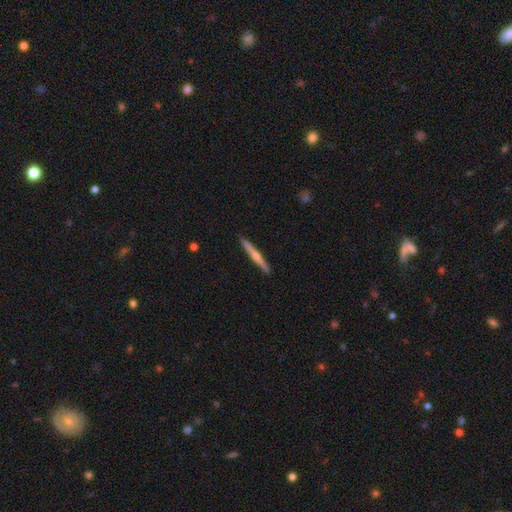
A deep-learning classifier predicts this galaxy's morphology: Smooth or featured?
  - featured or disk: 66% *
  - smooth: 28%
  - star or artifact: 5%
Edge-on disk?
  - yes: 98% *
  - no: 2%
Edge-on bulge?
  - rounded: 78% *
  - none: 18%
  - boxy: 4%
Merging?
  - none: 92% *
  - minor disturbance: 6%
  - major disturbance: 1%
  - merger: 1%